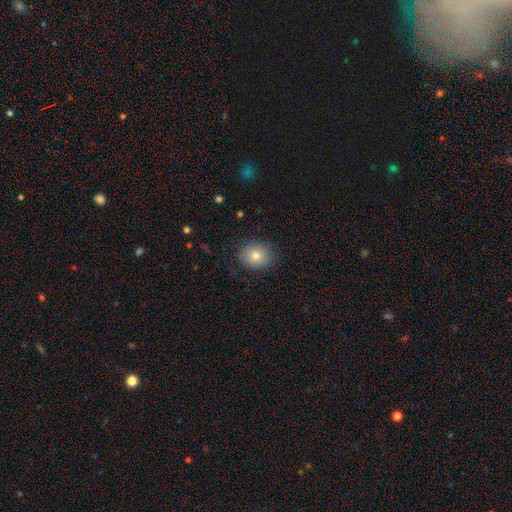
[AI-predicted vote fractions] smooth 81%, star or artifact 10%, featured or disk 9%. Down the decision tree: how rounded — round (65%); merging — none (86%).